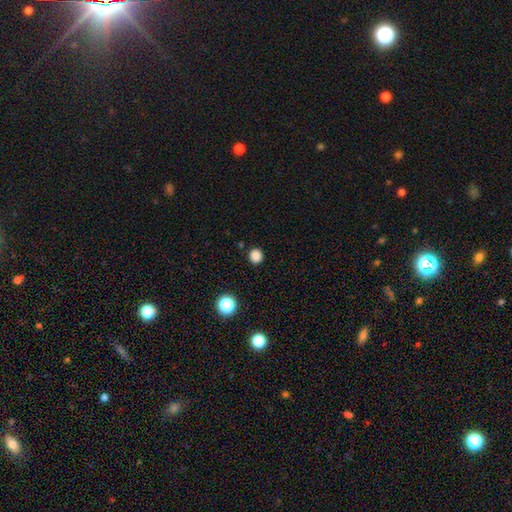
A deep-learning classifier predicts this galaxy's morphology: Overall: smooth (84%). How rounded: round (88%). Merging: none (90%).